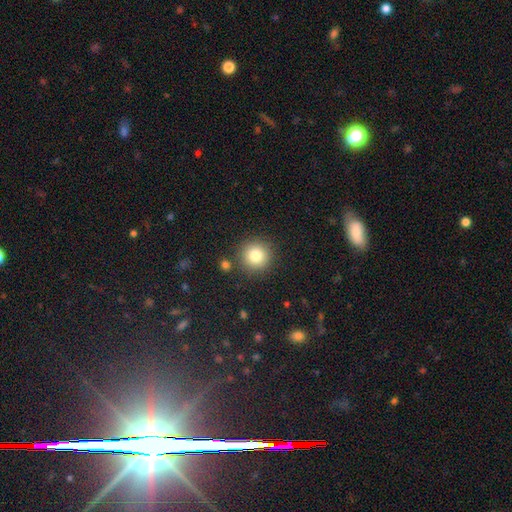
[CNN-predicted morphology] This appears to be a smooth galaxy with no disk features (82%) that is round (94%). Merging: none (86%).